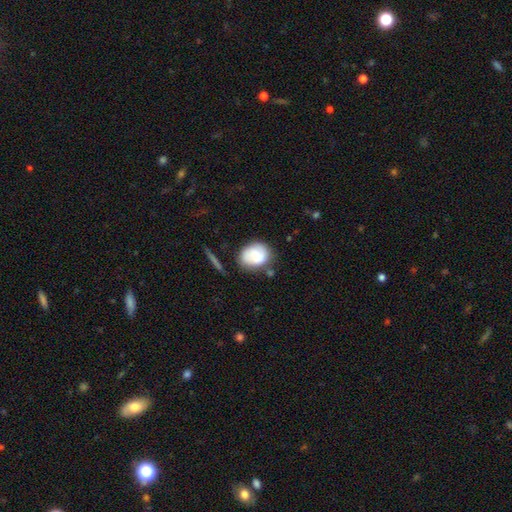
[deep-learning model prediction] A smooth galaxy with no disk features (68%) that is round (50%). Merging: none (63%).